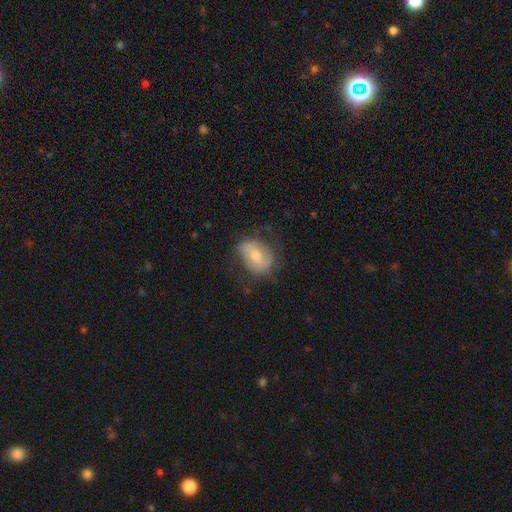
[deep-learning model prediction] The model was most divided on "smooth or featured": featured or disk: 48%, smooth: 45%, star or artifact: 7%. More confident: merging — none (67%).